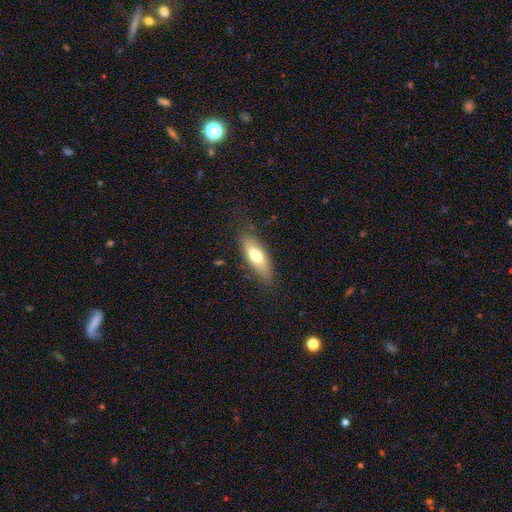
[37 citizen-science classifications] This appears to be a smooth galaxy with no disk features (78%) that is in between round and cigar-shaped (76%). Merging: none (81%).